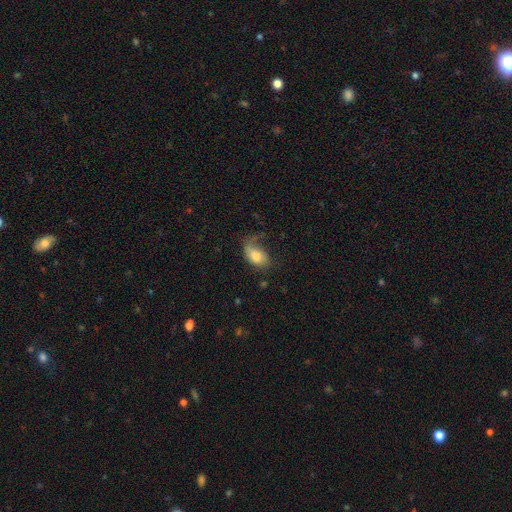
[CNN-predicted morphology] A smooth galaxy with no disk features (70%) that is in between round and cigar-shaped (88%).

Vote fractions:
- Smooth or featured? smooth: 70% / featured or disk: 22% / star or artifact: 8%
- How rounded? in between: 88% / round: 10% / cigar-shaped: 2%
- Merging? none: 35% / major disturbance: 32% / minor disturbance: 30% / merger: 4%